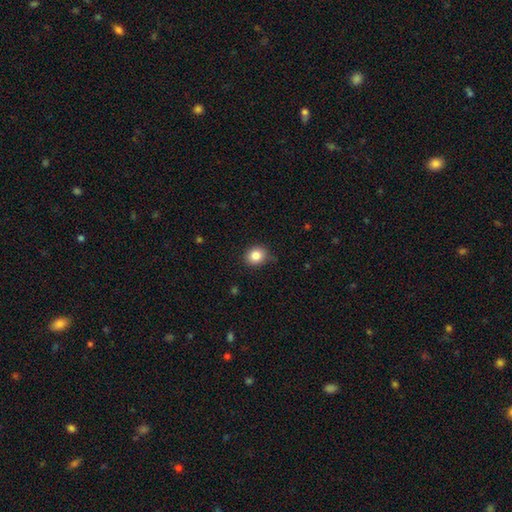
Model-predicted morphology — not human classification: Smooth or featured? Predicted: smooth (p=0.84). How rounded? Predicted: round (p=0.71). Merging? Predicted: none (p=0.79).